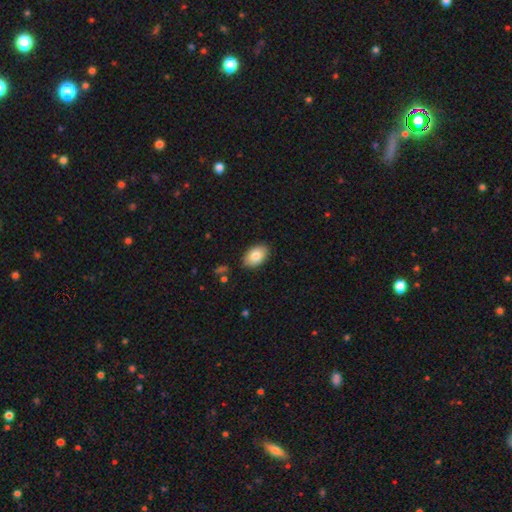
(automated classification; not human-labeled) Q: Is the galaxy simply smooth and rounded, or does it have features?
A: smooth — 83%.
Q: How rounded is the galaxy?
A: in between — 90%.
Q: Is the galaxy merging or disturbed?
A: none — 87%.